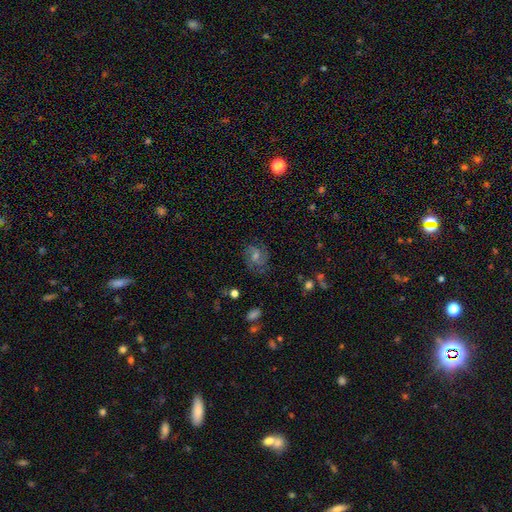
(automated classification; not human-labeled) featured or disk 69%, star or artifact 17%, smooth 15%. Down the decision tree: edge-on disk — no (97%); bar — no (46%); spiral arms — yes (94%); spiral arm count — 2 (56%); spiral winding — tight (45%, tied with medium); bulge size — moderate (50%); merging — none (80%).